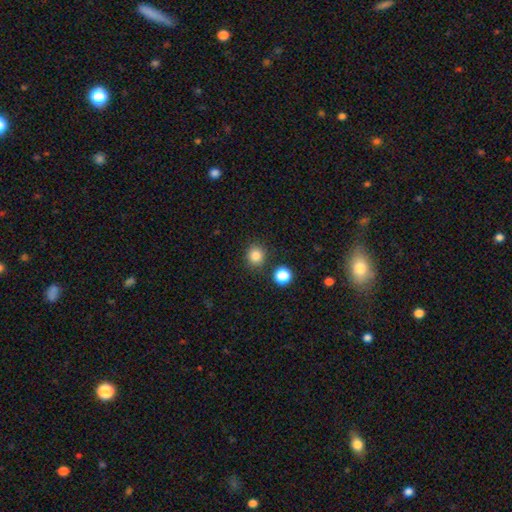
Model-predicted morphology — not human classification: This is clearly a smooth galaxy (84%). How rounded: clearly round (87%). Merging: clearly none (84%).